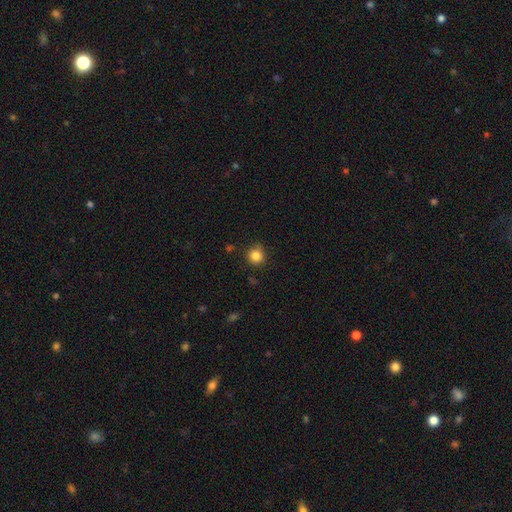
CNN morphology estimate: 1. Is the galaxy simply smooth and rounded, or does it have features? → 85% smooth, 11% star or artifact, 4% featured or disk.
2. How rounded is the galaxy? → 91% round, 8% in between, 1% cigar-shaped.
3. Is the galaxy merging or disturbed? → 82% none, 13% minor disturbance, 3% major disturbance, 2% merger.